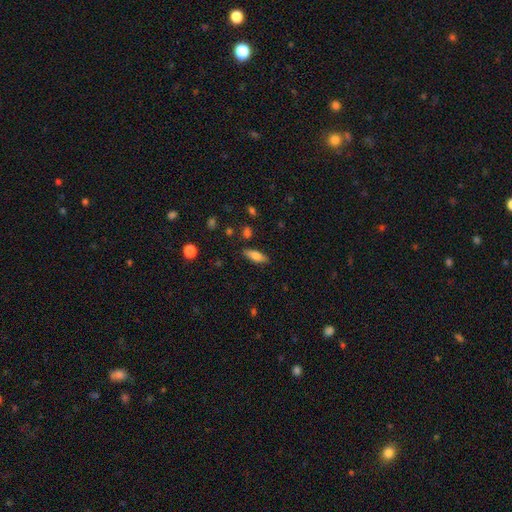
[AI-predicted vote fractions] This appears to be a smooth galaxy with no disk features (72%) that is in between round and cigar-shaped (66%). Merging: none (83%).